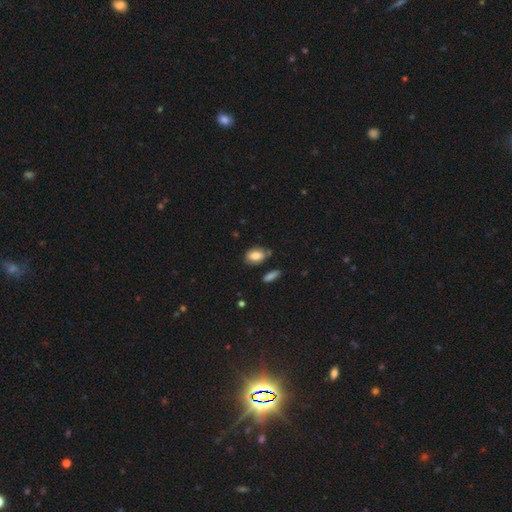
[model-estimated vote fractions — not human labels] Overall: smooth (79%). How rounded: in between (83%). Merging: none (68%).